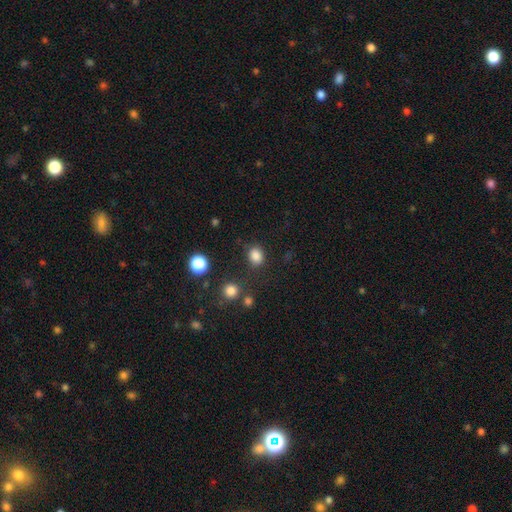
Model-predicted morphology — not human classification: smooth_or_featured: smooth (p=0.83) [alt: star or artifact p=0.13]
how_rounded: round (p=0.54) [alt: in between p=0.45]
merging: none (p=0.75) [alt: minor disturbance p=0.15]